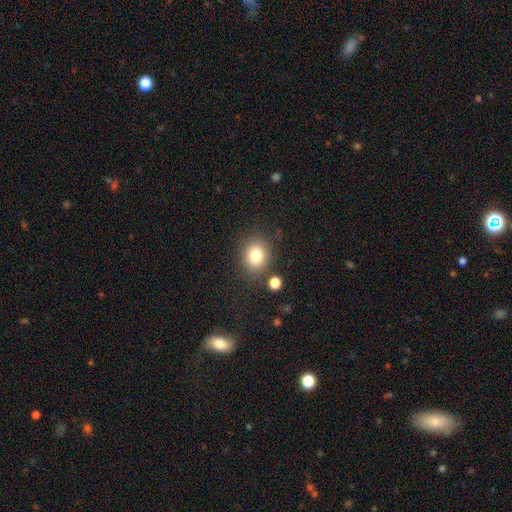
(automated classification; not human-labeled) Overall: smooth (81%). How rounded: round (64%; in between 35%). Merging: none (81%).